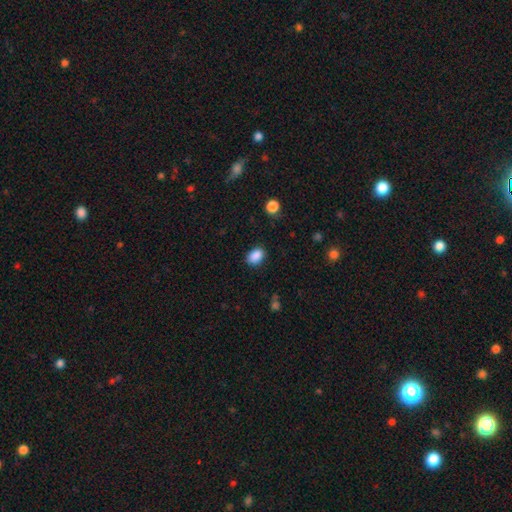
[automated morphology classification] A smooth galaxy with no disk features (88%) that is in between round and cigar-shaped (79%). Merging: none (83%).